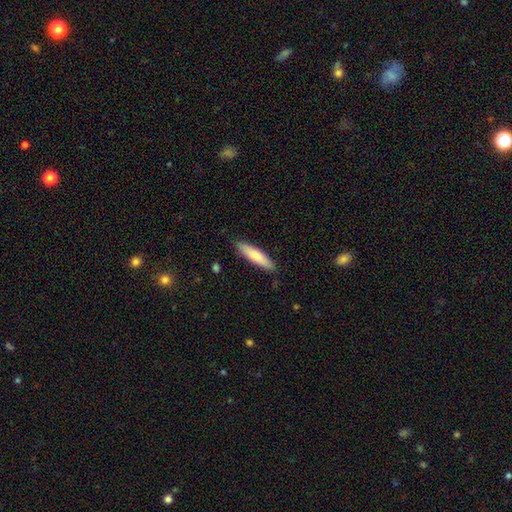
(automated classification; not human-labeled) This appears to be a smooth galaxy with no disk features (76%) that is cigar-shaped (78%). Merging: none (87%).